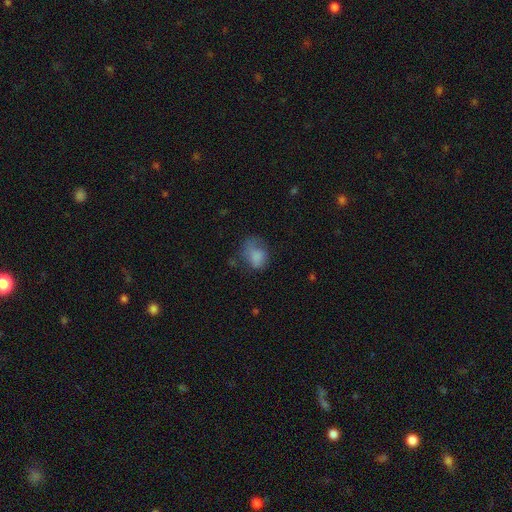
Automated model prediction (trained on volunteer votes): A smooth galaxy with no disk features (76%) that is in between round and cigar-shaped (60%). Merging: none (36%).